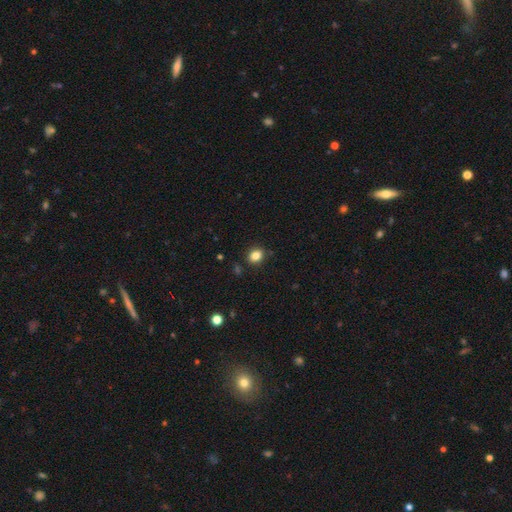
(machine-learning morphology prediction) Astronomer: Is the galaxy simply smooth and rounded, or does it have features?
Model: smooth — 84%.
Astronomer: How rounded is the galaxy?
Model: round — 53% (runner-up: in between, 46%).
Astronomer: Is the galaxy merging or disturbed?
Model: none — 87%.